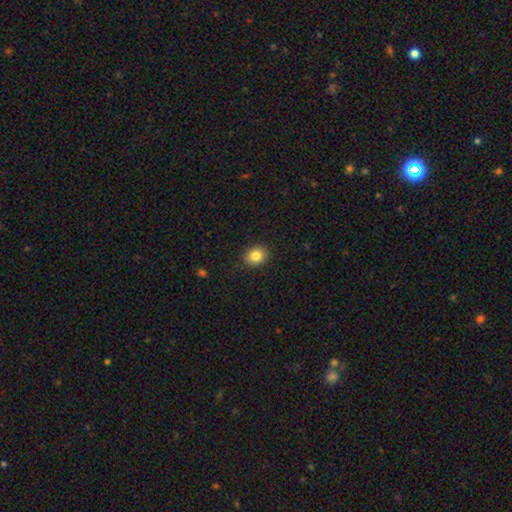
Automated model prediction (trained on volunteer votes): The model was most divided on "how rounded": round: 60%, in between: 39%, cigar-shaped: 1%. More confident: merging — none (89%); smooth or featured — smooth (84%).